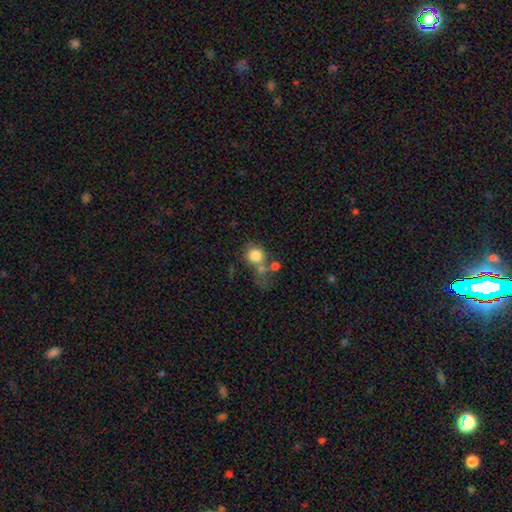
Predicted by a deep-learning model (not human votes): Morphology: type=smooth (76%); roundness=round (79%); merging=merger (38%).